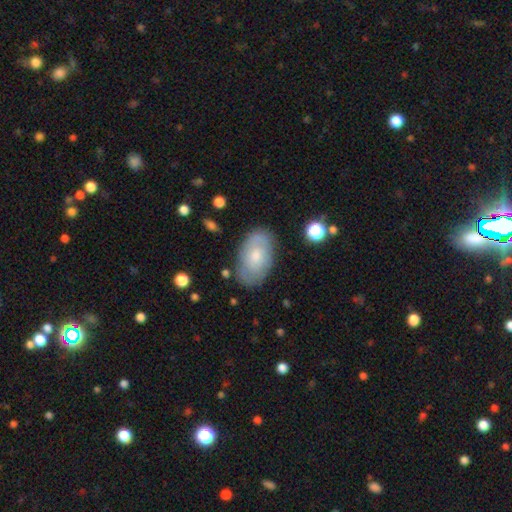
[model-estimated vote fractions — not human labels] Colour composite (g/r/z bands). It shows a smooth galaxy with no disk features (55%) that is in between round and cigar-shaped (92%). Merging: none (77%).